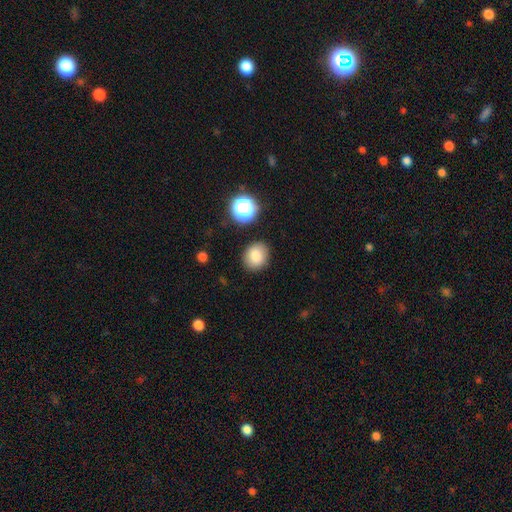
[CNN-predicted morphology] A smooth galaxy with no disk features (83%) that is round (66%).

Vote fractions:
- Smooth or featured? smooth: 83% / star or artifact: 10% / featured or disk: 7%
- How rounded? round: 66% / in between: 33% / cigar-shaped: 1%
- Merging? none: 86% / minor disturbance: 9% / merger: 3% / major disturbance: 3%